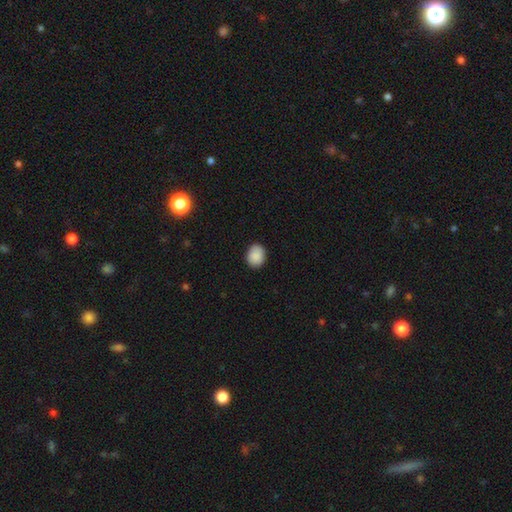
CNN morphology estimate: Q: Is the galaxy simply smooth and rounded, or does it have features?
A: smooth — 90%.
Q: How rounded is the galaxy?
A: in between — 52%.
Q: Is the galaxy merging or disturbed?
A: none — 89%.